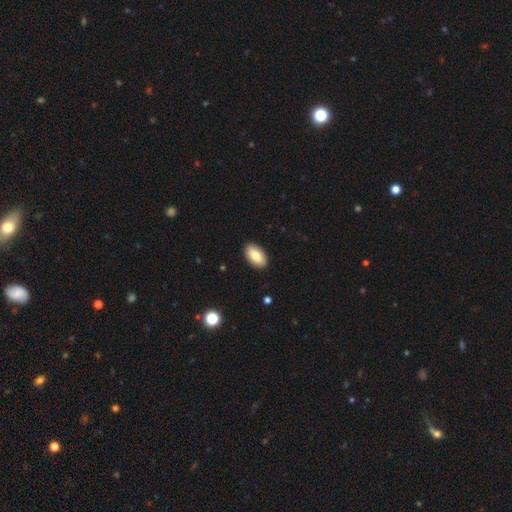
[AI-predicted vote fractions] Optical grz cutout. It shows a smooth galaxy with no disk features (83%) that is in between round and cigar-shaped (95%). Merging: none (90%).